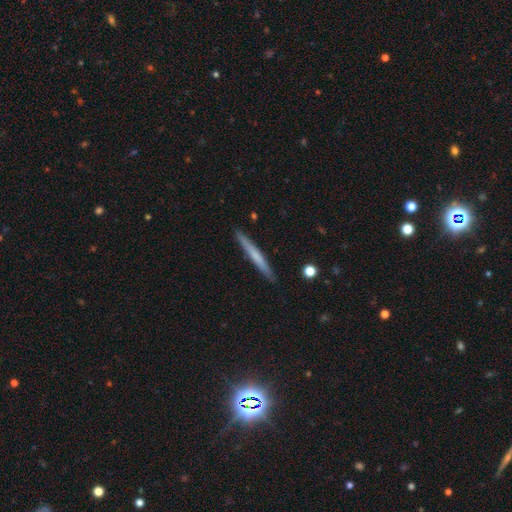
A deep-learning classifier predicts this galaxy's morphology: Smooth or featured? smooth (56%)
How rounded? cigar-shaped (97%)
Merging? none (91%)